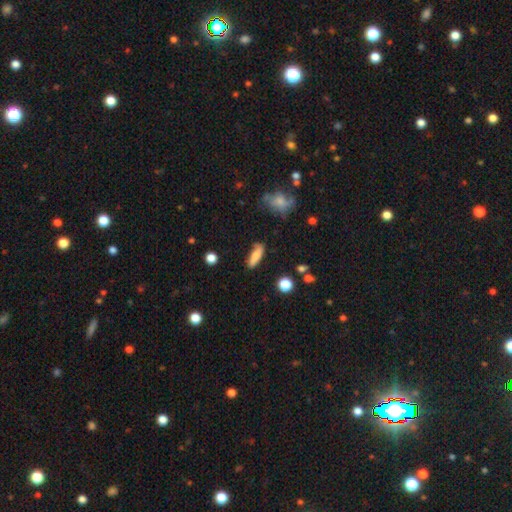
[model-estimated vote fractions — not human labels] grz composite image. It shows a smooth galaxy with no disk features (75%) that is cigar-shaped (49%). Merging: none (74%).